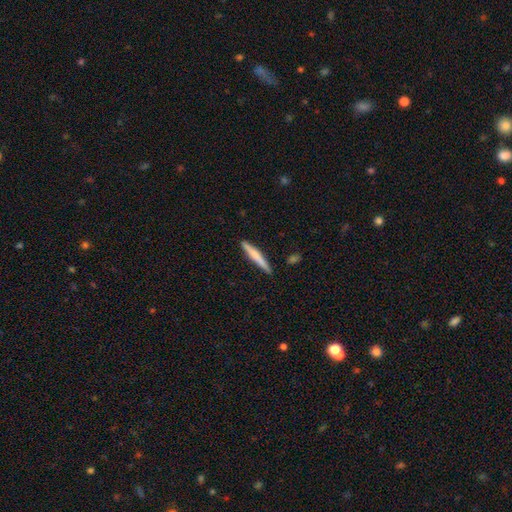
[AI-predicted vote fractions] Q: Smooth or featured?
A: smooth (64%); runner-up: featured or disk (30%)
Q: How rounded?
A: cigar-shaped (95%); runner-up: in between (4%)
Q: Merging?
A: none (88%); runner-up: minor disturbance (9%)